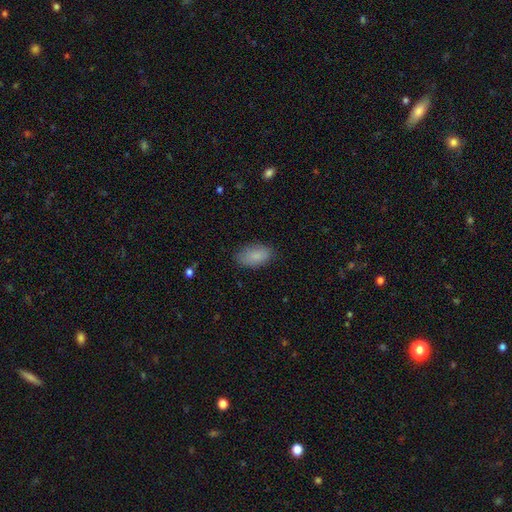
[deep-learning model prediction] Morphology: type=smooth (86%); roundness=in between (93%); merging=none (82%).